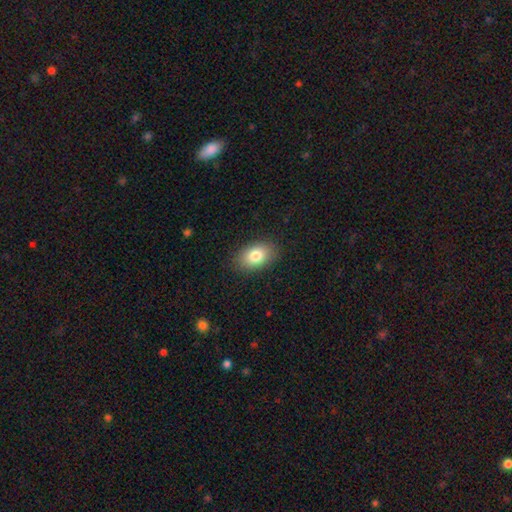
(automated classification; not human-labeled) Morphology: type=smooth (81%); roundness=in between (86%); merging=none (87%).